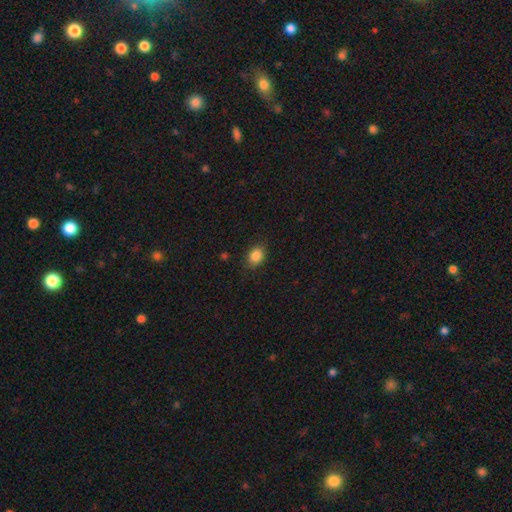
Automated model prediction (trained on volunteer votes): Smooth or featured: smooth — 86% (star or artifact — 9%)
How rounded: in between — 64% (round — 35%)
Merging: none — 83% (minor disturbance — 13%)